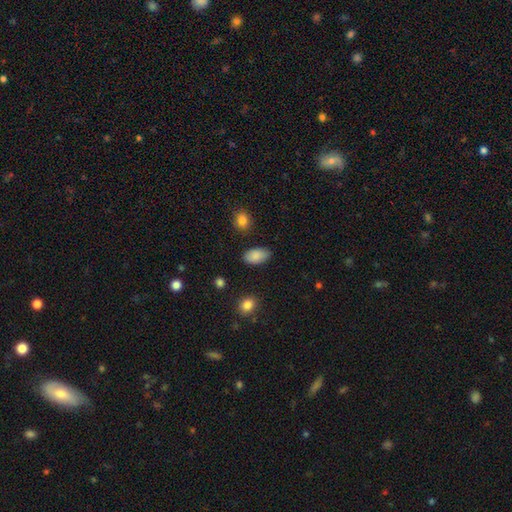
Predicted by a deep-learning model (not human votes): smooth 87%, star or artifact 7%, featured or disk 6%. Down the decision tree: how rounded — in between (94%); merging — none (85%).